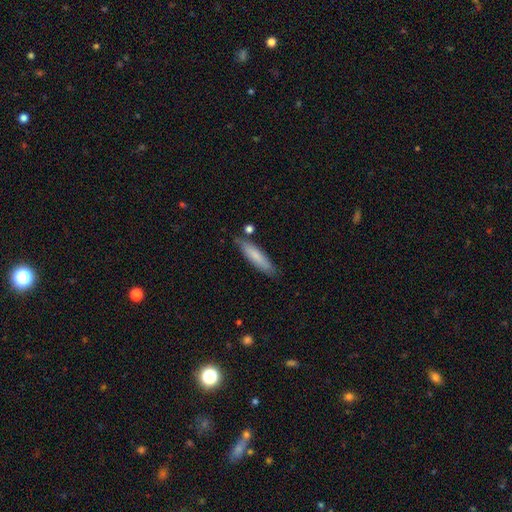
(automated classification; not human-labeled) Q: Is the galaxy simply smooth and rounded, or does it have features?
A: smooth — 77%.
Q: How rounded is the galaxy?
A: cigar-shaped — 81%.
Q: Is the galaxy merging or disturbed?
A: none — 80%.